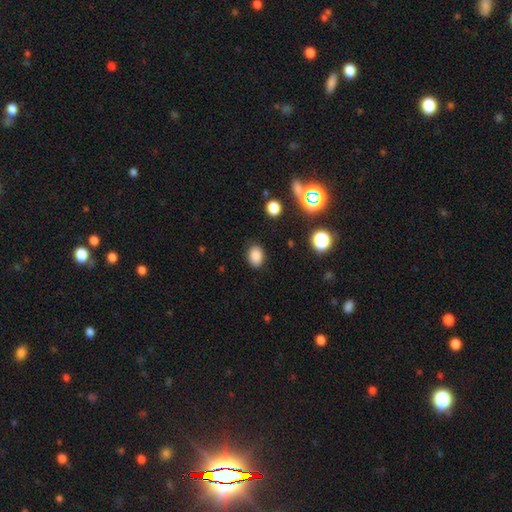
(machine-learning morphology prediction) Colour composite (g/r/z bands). It shows a smooth galaxy with no disk features (84%) that is in between round and cigar-shaped (69%). Merging: none (86%).